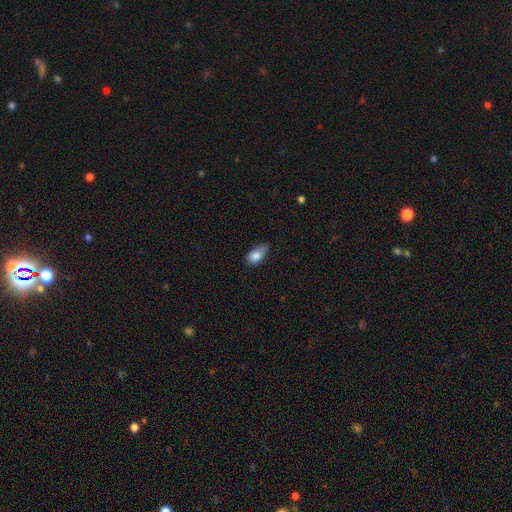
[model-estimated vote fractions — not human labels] smooth_or_featured: smooth (p=0.83) [alt: featured or disk p=0.09]
how_rounded: in between (p=0.85) [alt: round p=0.11]
merging: none (p=0.43) [tied with: minor disturbance p=0.43]